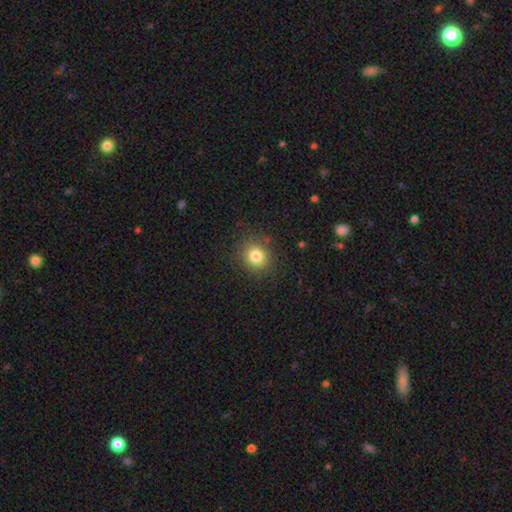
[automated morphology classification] The model was most divided on "how rounded": round: 81%, in between: 18%, cigar-shaped: 1%. More confident: merging — none (87%); smooth or featured — smooth (81%).